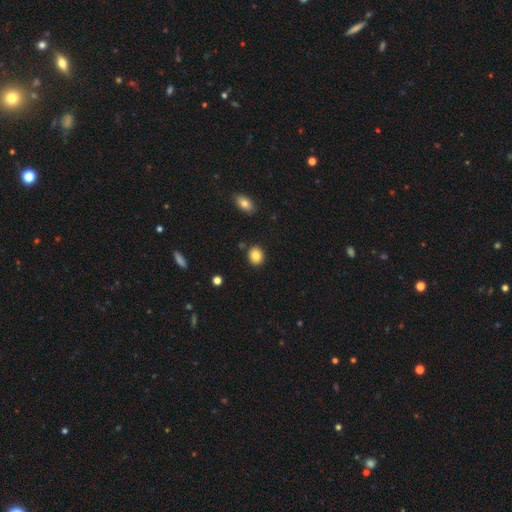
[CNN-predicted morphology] A smooth galaxy with no disk features (86%) that is round (63%).

Vote fractions:
- Smooth or featured? smooth: 86% / star or artifact: 9% / featured or disk: 5%
- How rounded? round: 63% / in between: 36% / cigar-shaped: 1%
- Merging? none: 87% / minor disturbance: 8% / merger: 3% / major disturbance: 2%